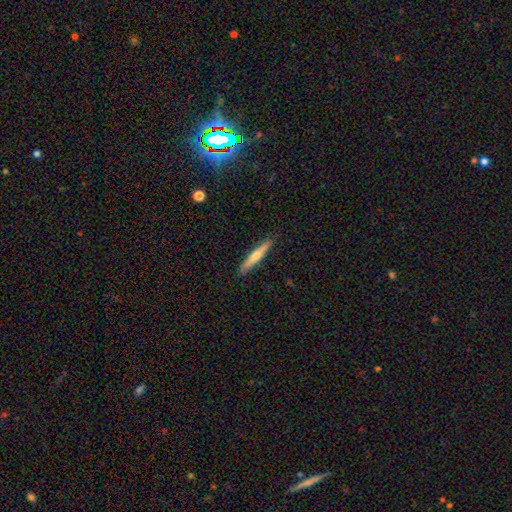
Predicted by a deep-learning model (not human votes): Smooth or featured? featured or disk (52%)
Edge-on disk? yes (95%)
Merging? none (91%)